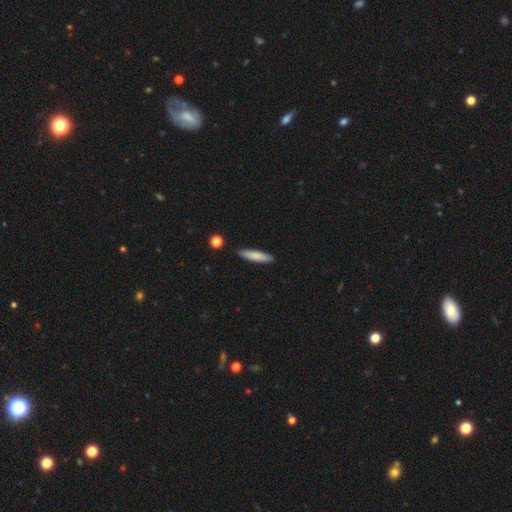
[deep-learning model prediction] Smooth or featured?
  - smooth: 80% *
  - featured or disk: 14%
  - star or artifact: 6%
How rounded?
  - cigar-shaped: 78% *
  - in between: 21%
  - round: 1%
Merging?
  - none: 87% *
  - minor disturbance: 9%
  - merger: 2%
  - major disturbance: 2%